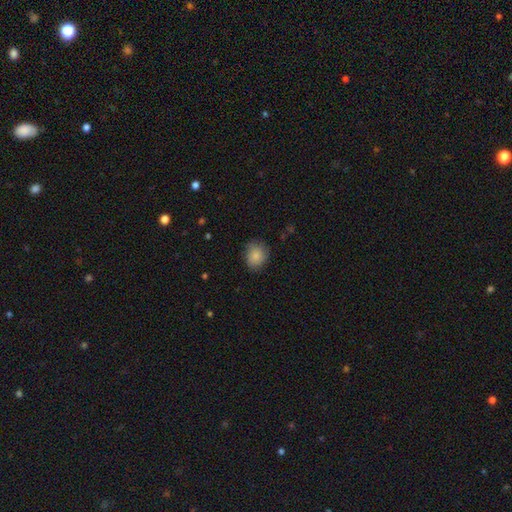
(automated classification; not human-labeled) The model was most divided on "how rounded": round: 69%, in between: 30%, cigar-shaped: 1%. More confident: smooth or featured — smooth (84%); merging — none (73%).